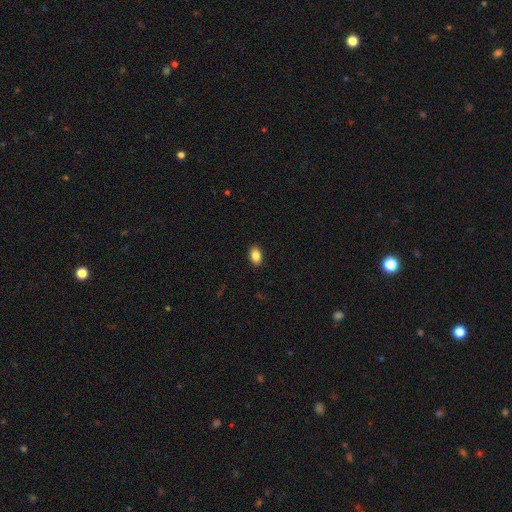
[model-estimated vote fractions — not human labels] Smooth or featured? smooth (87%)
How rounded? in between (87%)
Merging? none (90%)